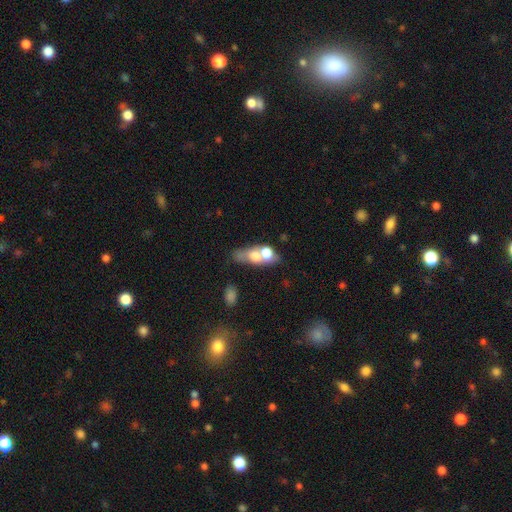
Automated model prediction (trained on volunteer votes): smooth 60%, featured or disk 30%, star or artifact 10%. Down the decision tree: how rounded — in between (66%); merging — merger (56%).